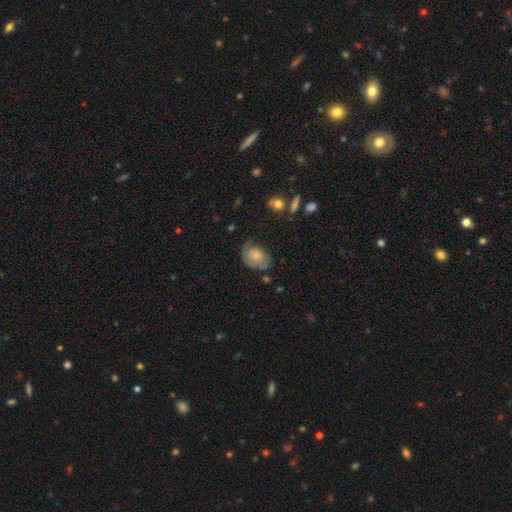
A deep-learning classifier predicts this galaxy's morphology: A smooth galaxy with no disk features (55%) that is in between round and cigar-shaped (72%). Merging: none (49%).